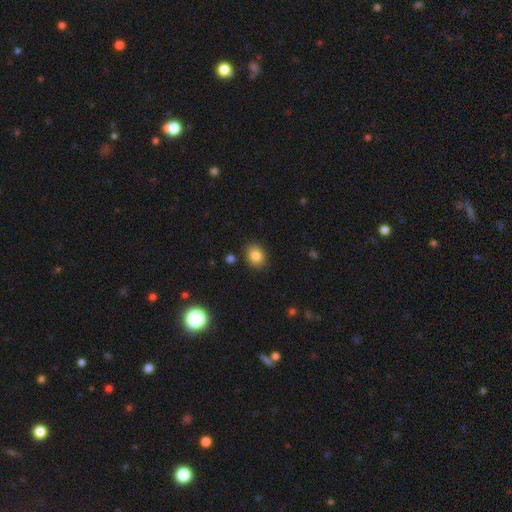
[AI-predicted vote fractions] A smooth galaxy with no disk features (84%) that is round (52%).

Vote fractions:
- Smooth or featured? smooth: 84% / star or artifact: 10% / featured or disk: 6%
- How rounded? round: 52% / in between: 47% / cigar-shaped: 1%
- Merging? none: 87% / minor disturbance: 9% / major disturbance: 2% / merger: 2%